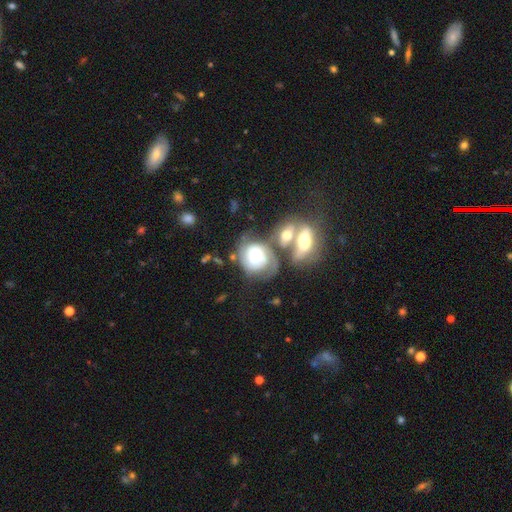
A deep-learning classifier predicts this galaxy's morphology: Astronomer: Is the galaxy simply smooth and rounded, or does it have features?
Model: featured or disk — 68%.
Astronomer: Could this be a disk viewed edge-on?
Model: no — 97%.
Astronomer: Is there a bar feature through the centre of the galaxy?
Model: no — 63%.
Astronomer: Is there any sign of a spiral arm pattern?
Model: yes — 85%.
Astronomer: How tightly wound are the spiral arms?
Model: tight — 48% (runner-up: medium, 35%).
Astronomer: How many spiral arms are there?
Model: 2 — 53%.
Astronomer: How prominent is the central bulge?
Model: moderate — 56%.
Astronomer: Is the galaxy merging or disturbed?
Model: merger — 48% (runner-up: none, 27%).